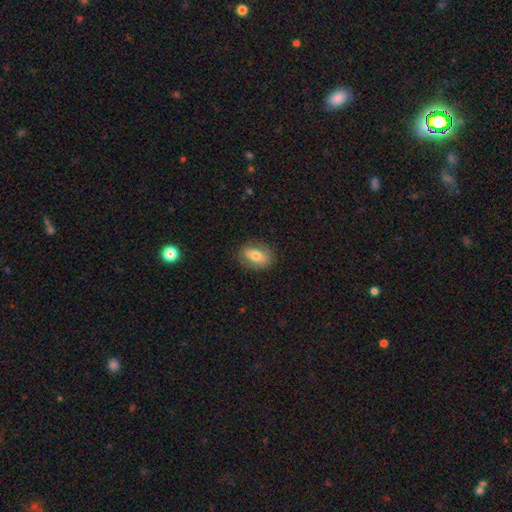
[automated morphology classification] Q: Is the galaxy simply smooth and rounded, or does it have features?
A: smooth — 66%.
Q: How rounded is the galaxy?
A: in between — 78%.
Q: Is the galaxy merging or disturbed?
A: none — 83%.